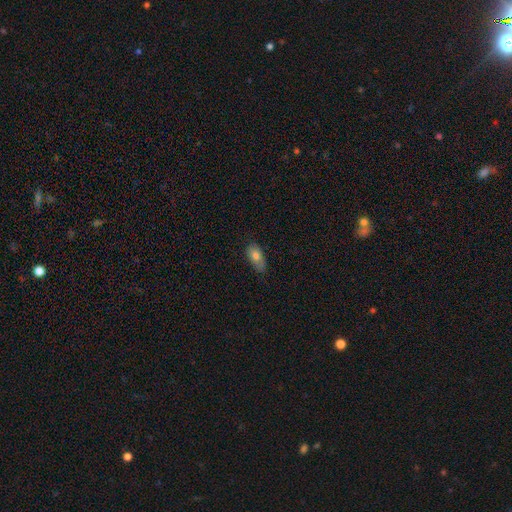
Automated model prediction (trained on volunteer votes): Overall: smooth (76%). How rounded: in between (88%). Merging: none (67%).